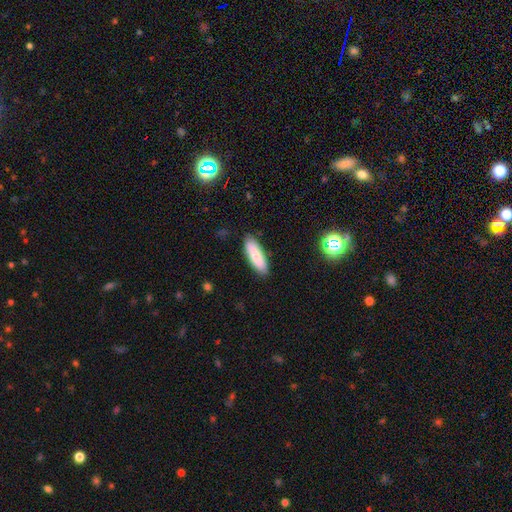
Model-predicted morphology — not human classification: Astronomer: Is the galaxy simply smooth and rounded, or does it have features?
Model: smooth — 80%.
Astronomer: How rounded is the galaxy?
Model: in between — 54% (runner-up: cigar-shaped, 44%).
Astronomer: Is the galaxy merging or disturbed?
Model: none — 87%.